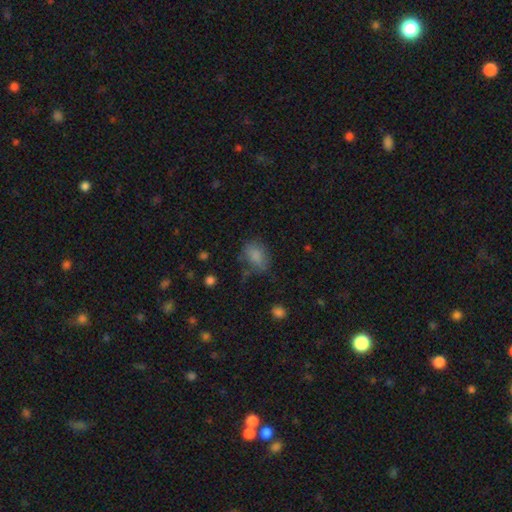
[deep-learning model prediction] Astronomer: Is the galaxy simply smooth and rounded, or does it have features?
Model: smooth — 81%.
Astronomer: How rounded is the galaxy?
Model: in between — 71%.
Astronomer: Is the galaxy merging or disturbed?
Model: none — 59%.